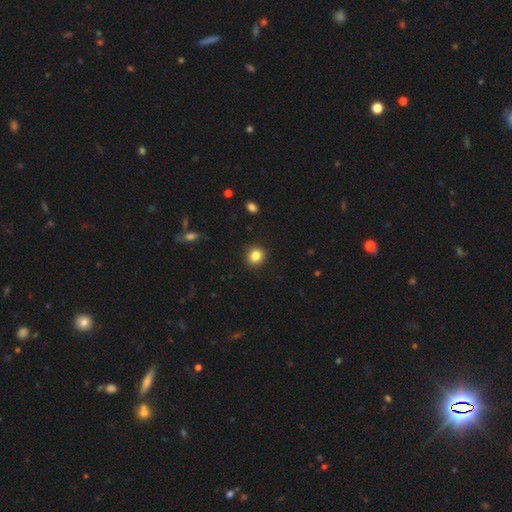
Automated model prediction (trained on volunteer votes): This appears to be a smooth galaxy with no disk features (83%) that is round (89%). Merging: none (92%).